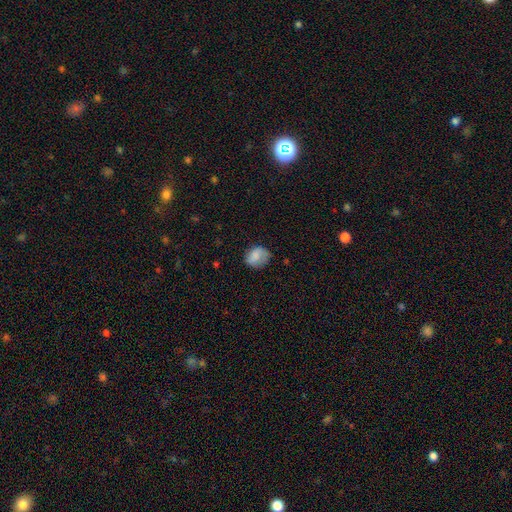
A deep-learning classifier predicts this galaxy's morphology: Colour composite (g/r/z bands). It shows a smooth galaxy with no disk features (78%) that is round (58%). Merging: none (64%).